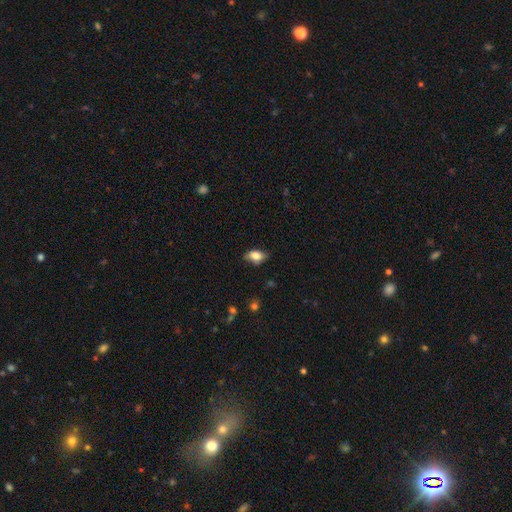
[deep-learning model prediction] smooth-or-featured: smooth: 75% | featured or disk: 17% | star or artifact: 8%
  how-rounded: in between: 86% | round: 7% | cigar-shaped: 6%
  merging: none: 71% | minor disturbance: 22% | major disturbance: 4% | merger: 2%